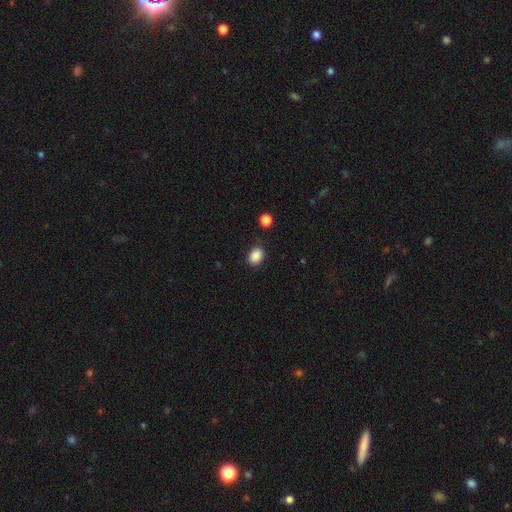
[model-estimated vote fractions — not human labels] Smooth or featured? Predicted: smooth (p=0.87). How rounded? Predicted: in between (p=0.67). Merging? Predicted: none (p=0.80).